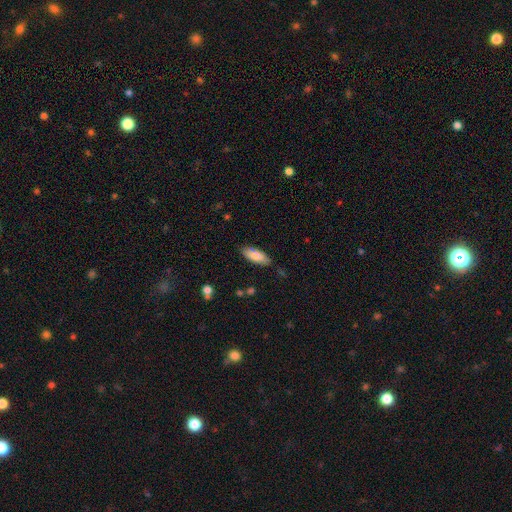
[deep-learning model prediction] Overall: smooth (84%). How rounded: in between (75%). Merging: none (83%).